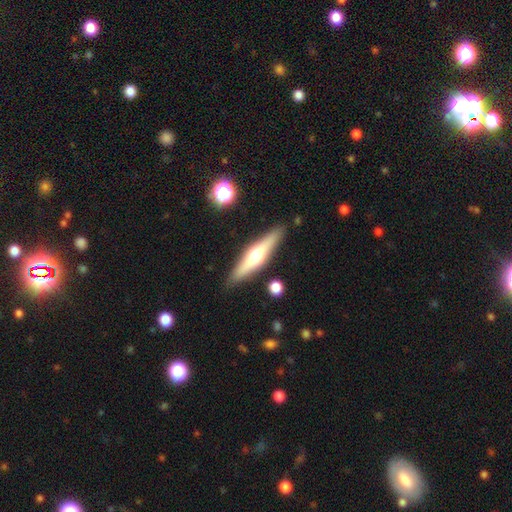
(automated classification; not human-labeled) A featured or disk galaxy (55%) viewed edge-on (94%) with a rounded central bulge (89%). Merging: none (88%).